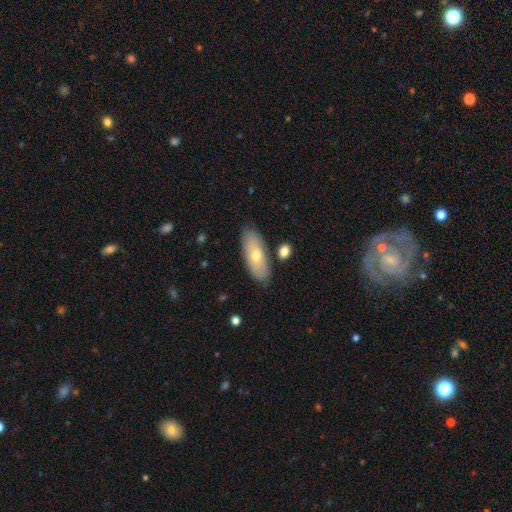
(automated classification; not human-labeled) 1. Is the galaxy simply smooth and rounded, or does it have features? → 61% smooth, 33% featured or disk, 6% star or artifact.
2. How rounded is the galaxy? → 75% in between, 22% cigar-shaped, 3% round.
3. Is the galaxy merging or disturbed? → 82% none, 11% minor disturbance, 4% merger, 2% major disturbance.